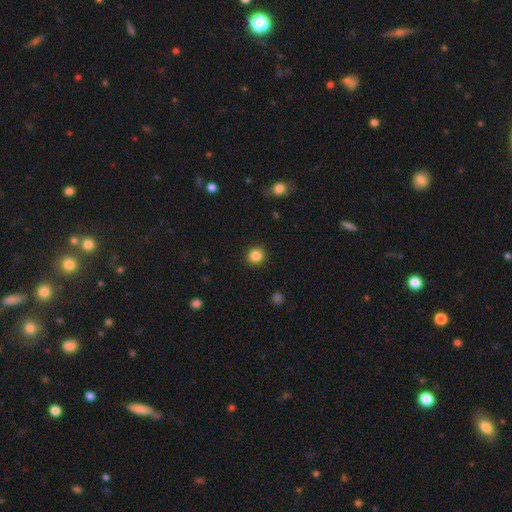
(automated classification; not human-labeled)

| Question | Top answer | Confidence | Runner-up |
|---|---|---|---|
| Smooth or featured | smooth | 85% | star or artifact (11%) |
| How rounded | round | 90% | in between (9%) |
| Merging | none | 92% | minor disturbance (5%) |